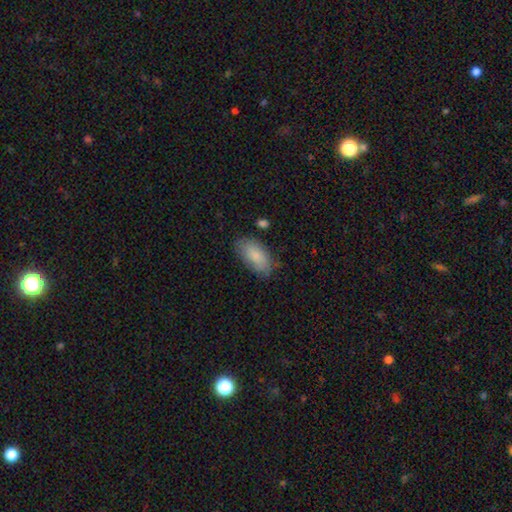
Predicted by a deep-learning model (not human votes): A smooth galaxy with no disk features (85%) that is in between round and cigar-shaped (92%). Merging: none (73%).